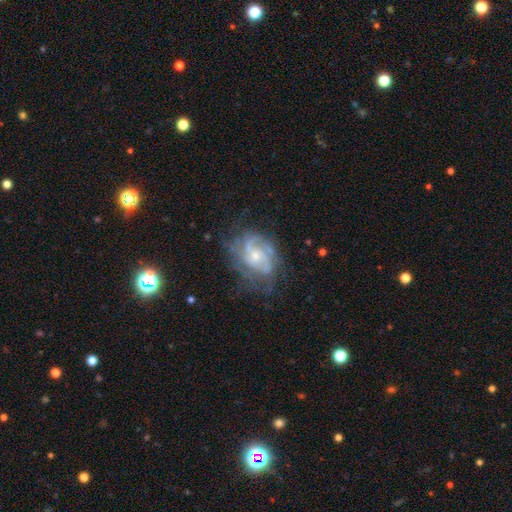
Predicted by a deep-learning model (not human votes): Q: Smooth or featured?
A: featured or disk (81%); runner-up: smooth (12%)
Q: Edge-on disk?
A: no (97%); runner-up: yes (3%)
Q: Bar?
A: no (70%); runner-up: weak (26%)
Q: Spiral arms?
A: yes (90%); runner-up: no (10%)
Q: Spiral winding?
A: tight (49%); runner-up: medium (39%)
Q: Spiral arm count?
A: can't tell (36%); runner-up: 2 (26%)
Q: Bulge size?
A: small (54%); runner-up: moderate (39%)
Q: Merging?
A: none (59%); runner-up: minor disturbance (23%)